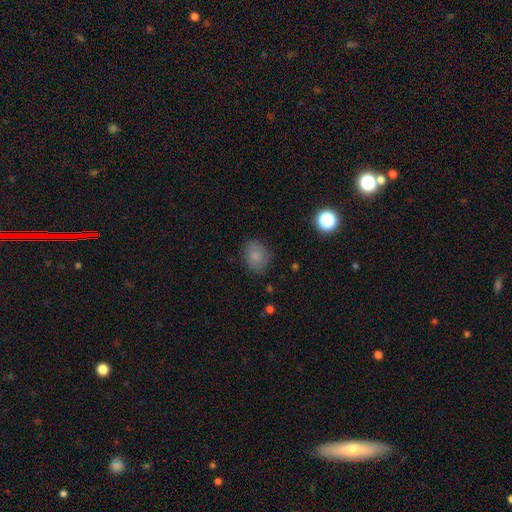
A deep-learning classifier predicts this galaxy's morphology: This appears to be a smooth galaxy with no disk features (80%) that is in between round and cigar-shaped (53%). Merging: none (79%).